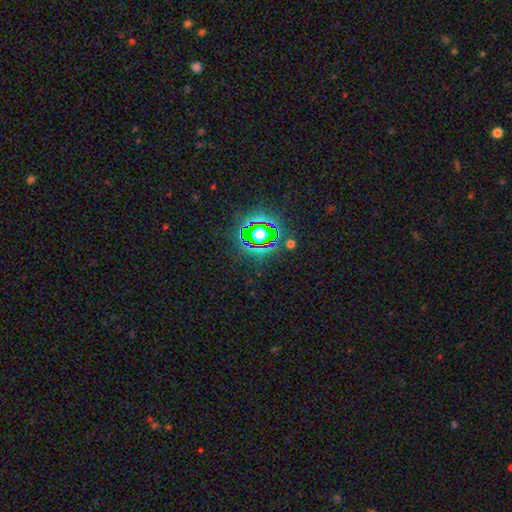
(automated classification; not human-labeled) Q: Smooth or featured?
A: star or artifact (80%); runner-up: smooth (11%)